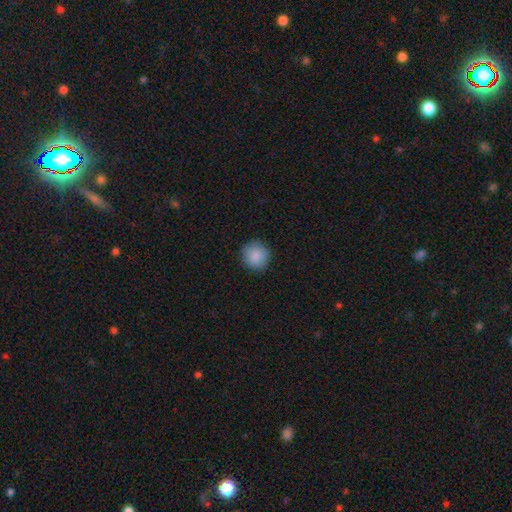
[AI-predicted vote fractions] Smooth or featured?
  - smooth: 88% *
  - star or artifact: 8%
  - featured or disk: 4%
How rounded?
  - round: 94% *
  - in between: 5%
  - cigar-shaped: 1%
Merging?
  - none: 89% *
  - minor disturbance: 8%
  - major disturbance: 2%
  - merger: 1%